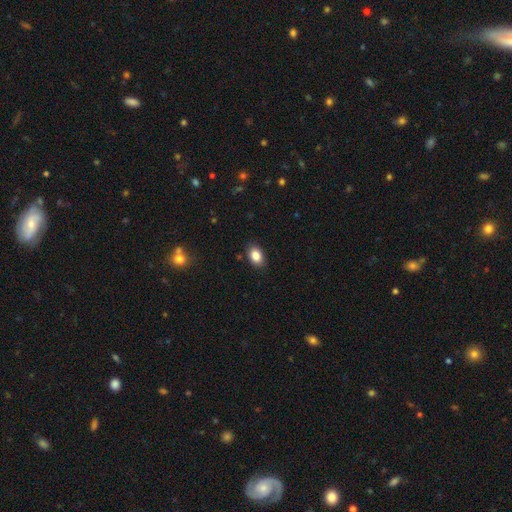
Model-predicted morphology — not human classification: Smooth or featured? smooth (86%)
How rounded? in between (84%)
Merging? none (87%)